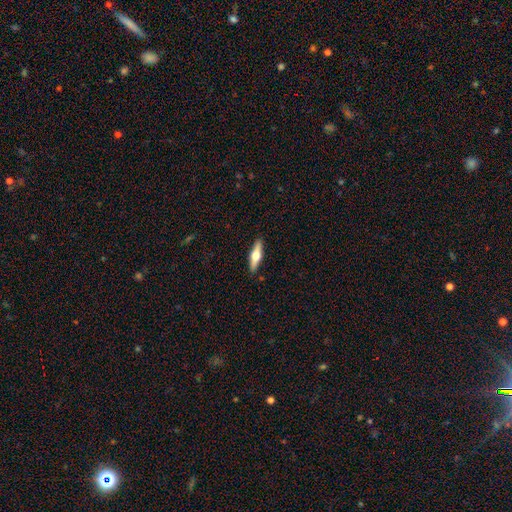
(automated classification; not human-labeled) Overall: featured or disk (52%; smooth 43%). Edge-on disk: yes (94%). Merging: none (90%).